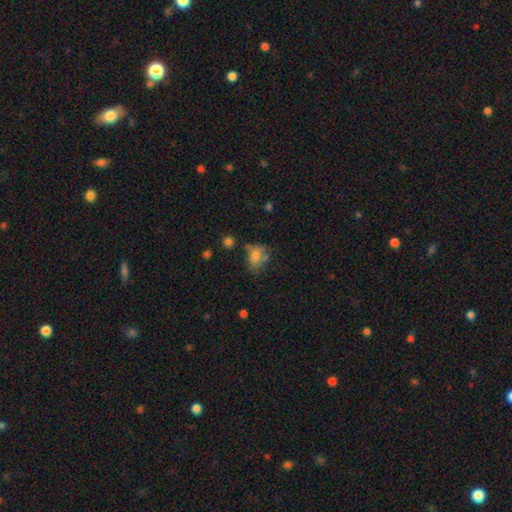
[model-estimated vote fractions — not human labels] A smooth galaxy with no disk features (65%) that is in between round and cigar-shaped (60%). Merging: none (42%).